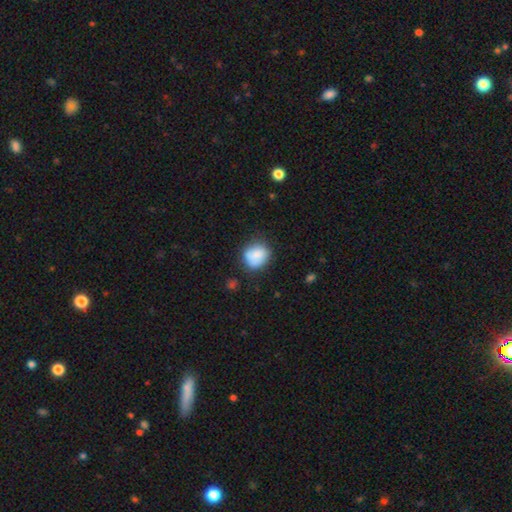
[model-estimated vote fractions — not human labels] Smooth or featured? smooth (82%)
How rounded? round (69%)
Merging? none (63%)